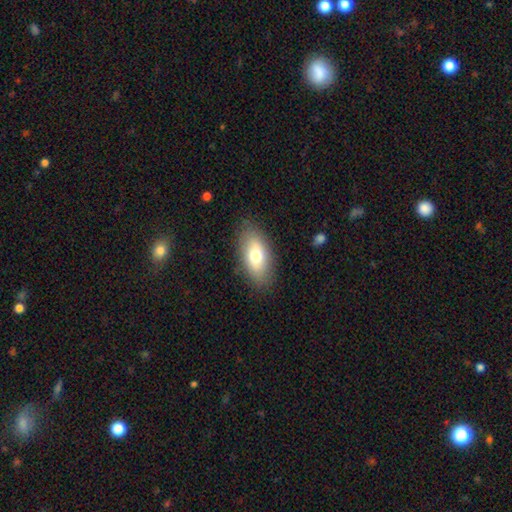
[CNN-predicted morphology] smooth 70%, featured or disk 23%, star or artifact 7%. Down the decision tree: how rounded — in between (89%); merging — none (84%).